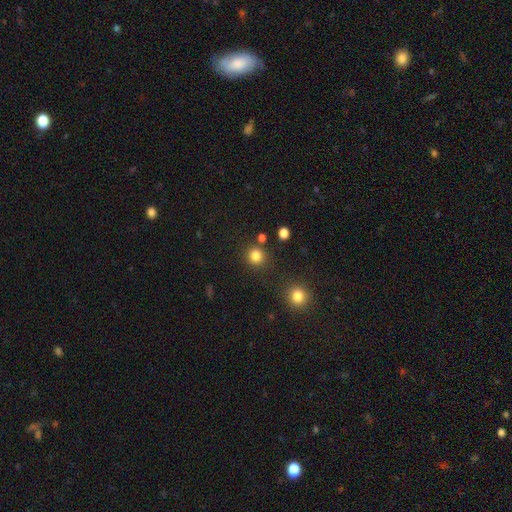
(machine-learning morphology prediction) Smooth or featured: smooth — 83% (star or artifact — 13%)
How rounded: round — 90% (in between — 10%)
Merging: none — 84% (minor disturbance — 7%)